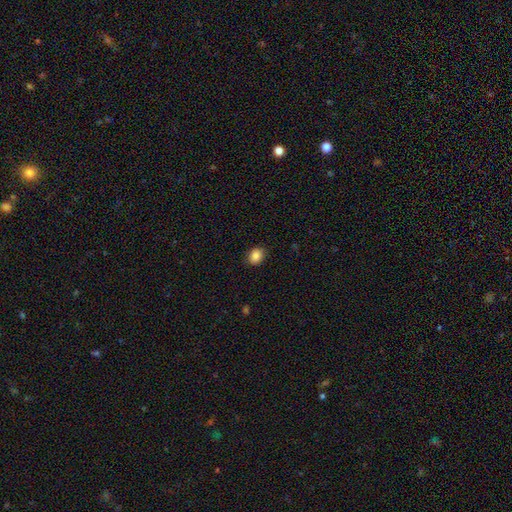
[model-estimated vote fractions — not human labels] smooth_or_featured: smooth (p=0.86) [alt: star or artifact p=0.09]
how_rounded: round (p=0.52) [alt: in between p=0.47]
merging: none (p=0.88) [alt: minor disturbance p=0.09]